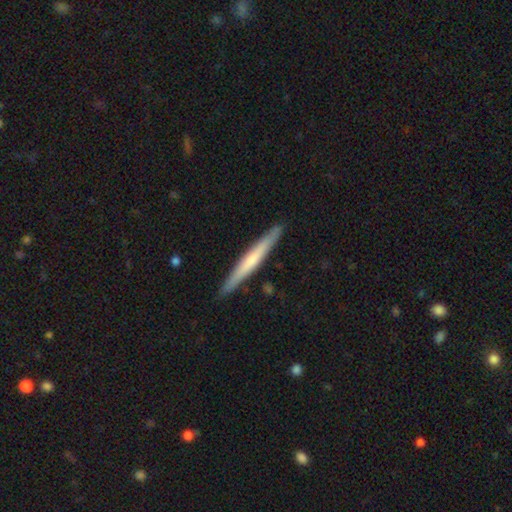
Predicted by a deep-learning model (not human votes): Smooth or featured? Predicted: smooth (p=0.47, tied with featured or disk). Merging? Predicted: none (p=0.90).